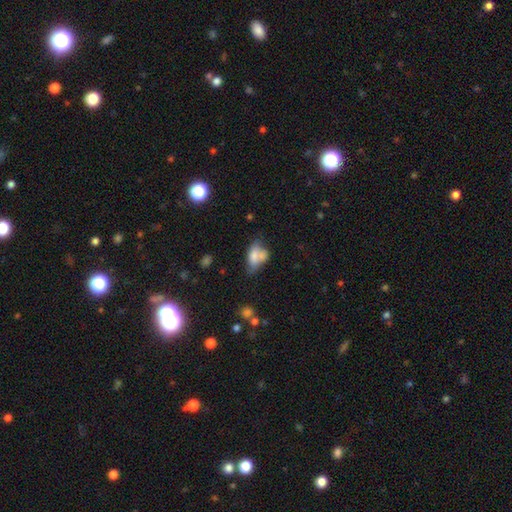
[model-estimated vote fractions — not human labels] smooth 65%, featured or disk 25%, star or artifact 10%. Down the decision tree: how rounded — in between (86%); merging — merger (40%).